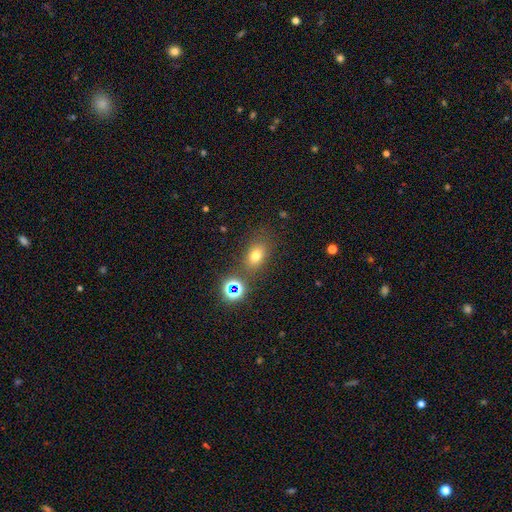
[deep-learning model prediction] smooth 69%, star or artifact 20%, featured or disk 11%. Down the decision tree: how rounded — in between (67%); merging — none (75%).